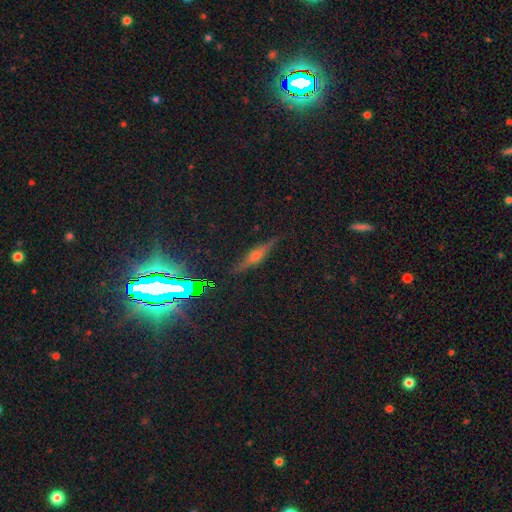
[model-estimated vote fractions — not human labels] Smooth or featured: featured or disk — 56% (star or artifact — 22%)
Edge-on disk: yes — 94% (no — 6%)
Edge-on bulge: rounded — 77% (boxy — 16%)
Merging: none — 83% (minor disturbance — 12%)